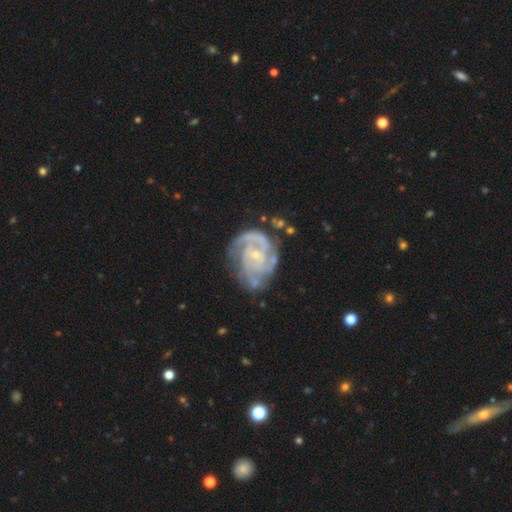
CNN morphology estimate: A featured or disk galaxy (89%) with no bar (58%), 2 (34%) tight (61%) spiral arms (96%) and a small central bulge (72%). Merging: none (61%).